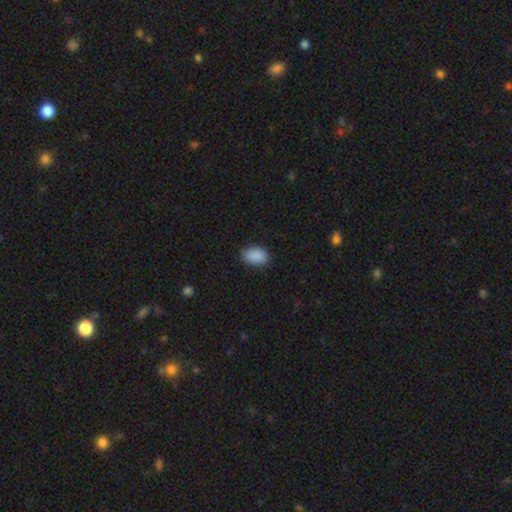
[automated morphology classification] A smooth galaxy with no disk features (89%) that is in between round and cigar-shaped (85%). Merging: none (84%).